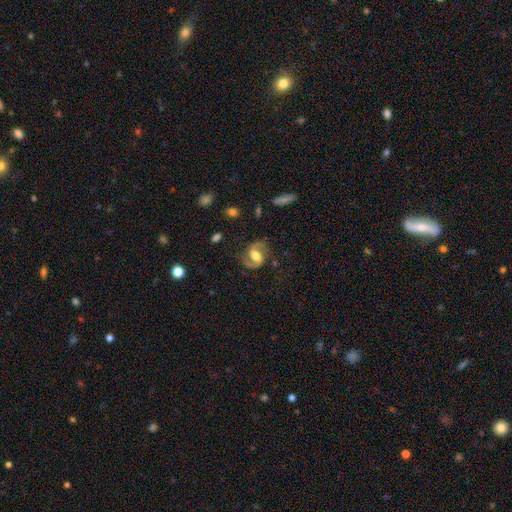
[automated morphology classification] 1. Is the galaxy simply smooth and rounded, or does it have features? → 83% featured or disk, 11% smooth, 6% star or artifact.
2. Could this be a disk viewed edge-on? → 97% no, 3% yes.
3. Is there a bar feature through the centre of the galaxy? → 45% weak, 29% no, 26% strong.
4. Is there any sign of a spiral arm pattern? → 95% yes, 5% no.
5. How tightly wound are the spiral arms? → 54% medium, 31% loose, 15% tight.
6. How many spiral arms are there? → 92% 2, 3% can't tell, 2% 1, 1% 3, 1% 4, 1% more than 4.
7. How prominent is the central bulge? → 63% moderate, 23% large, 10% small, 2% none, 2% dominant.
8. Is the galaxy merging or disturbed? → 75% none, 15% minor disturbance, 8% major disturbance, 2% merger.